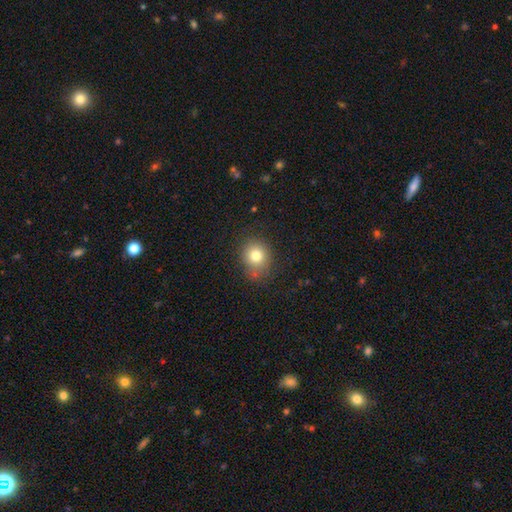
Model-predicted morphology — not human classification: Smooth or featured: smooth — 78% (star or artifact — 12%)
How rounded: round — 76% (in between — 23%)
Merging: none — 78% (minor disturbance — 14%)